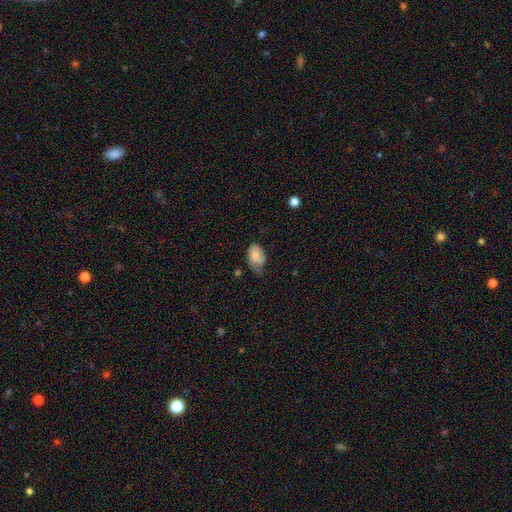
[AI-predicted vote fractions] Q: Smooth or featured?
A: smooth (76%); runner-up: featured or disk (16%)
Q: How rounded?
A: in between (89%); runner-up: round (10%)
Q: Merging?
A: minor disturbance (43%); runner-up: none (37%)